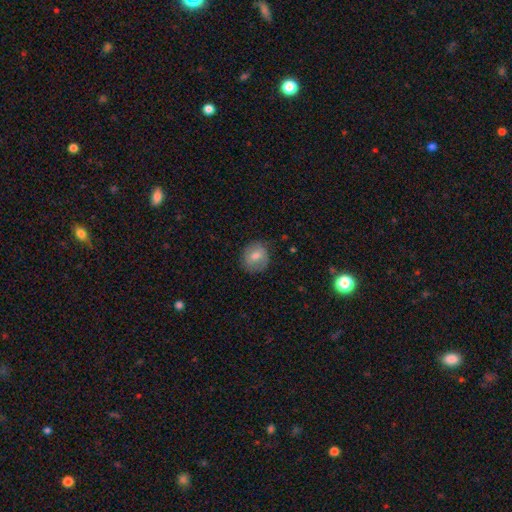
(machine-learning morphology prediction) smooth_or_featured: smooth (p=0.66) [alt: featured or disk p=0.24]
how_rounded: round (p=0.75) [alt: in between p=0.24]
merging: none (p=0.81) [alt: minor disturbance p=0.14]